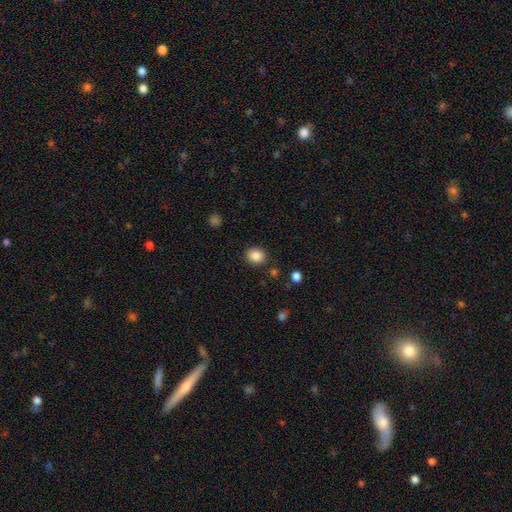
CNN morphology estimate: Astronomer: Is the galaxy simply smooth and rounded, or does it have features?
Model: smooth — 86%.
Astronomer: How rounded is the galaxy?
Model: round — 72%.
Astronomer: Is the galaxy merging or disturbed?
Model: none — 87%.